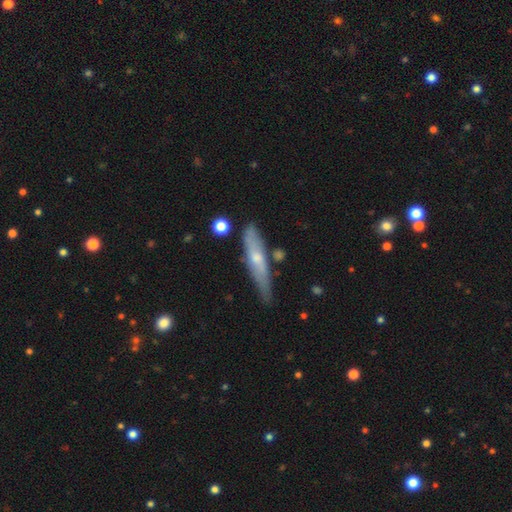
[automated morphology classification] Smooth or featured? Predicted: featured or disk (p=0.52). Edge-on disk? Predicted: yes (p=0.76). Merging? Predicted: none (p=0.67).